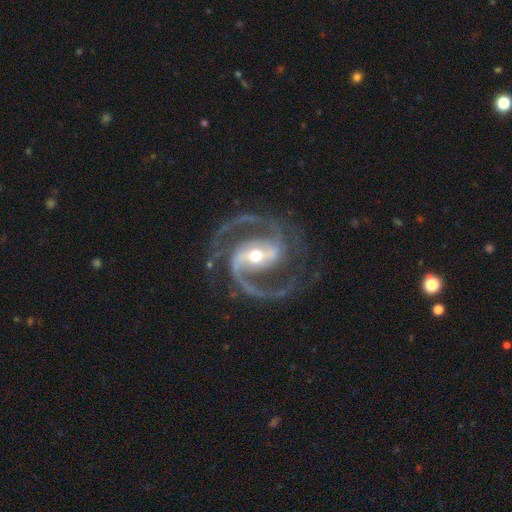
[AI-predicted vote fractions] Overall: featured or disk (94%). Edge-on disk: no (98%). Bar: strong (58%; weak 30%). Spiral arms: yes (99%). Spiral arm count: 2 (88%). Spiral winding: medium (68%). Bulge size: moderate (57%; small 38%). Merging: none (78%).